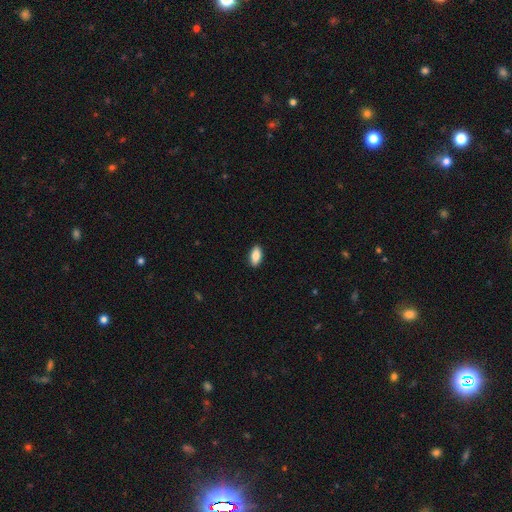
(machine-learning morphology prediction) Smooth or featured? smooth (86%)
How rounded? in between (90%)
Merging? none (90%)